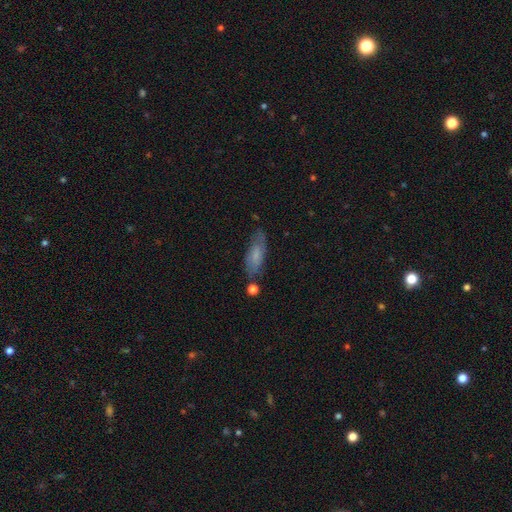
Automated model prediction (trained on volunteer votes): This appears to be a smooth galaxy with no disk features (61%) that is in between round and cigar-shaped (61%). Merging: none (68%).